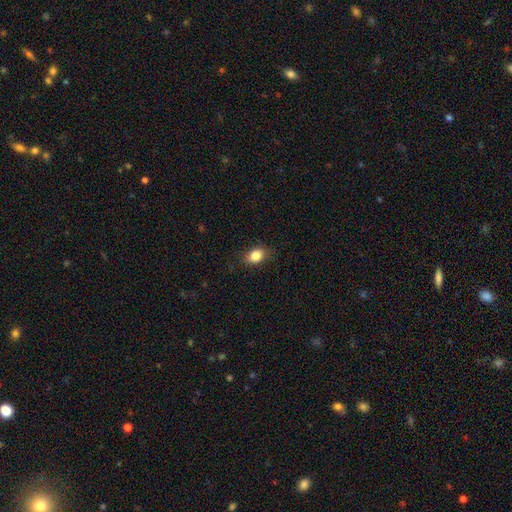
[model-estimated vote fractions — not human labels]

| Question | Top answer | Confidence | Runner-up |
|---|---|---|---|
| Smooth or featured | smooth | 84% | star or artifact (9%) |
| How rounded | in between | 68% | round (31%) |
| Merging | none | 80% | minor disturbance (15%) |